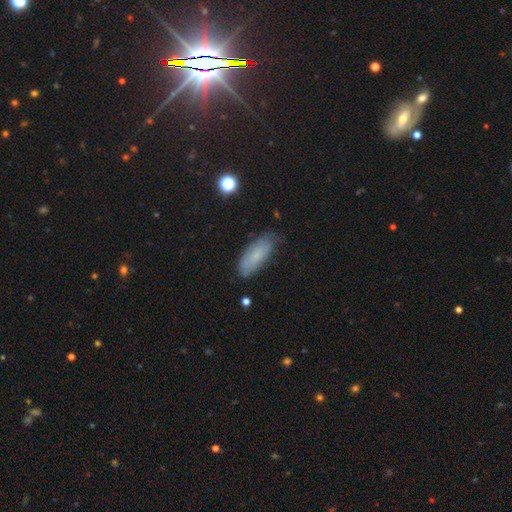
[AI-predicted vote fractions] smooth_or_featured: smooth (p=0.72) [alt: featured or disk p=0.20]
how_rounded: in between (p=0.76) [alt: cigar-shaped p=0.22]
merging: none (p=0.67) [alt: minor disturbance p=0.26]